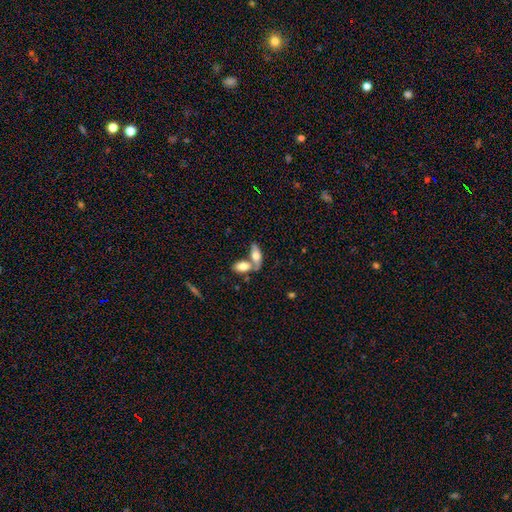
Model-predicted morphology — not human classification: smooth-or-featured: smooth: 65% | featured or disk: 28% | star or artifact: 6%
  how-rounded: in between: 81% | cigar-shaped: 16% | round: 4%
  merging: merger: 50% | none: 38% | minor disturbance: 9% | major disturbance: 4%